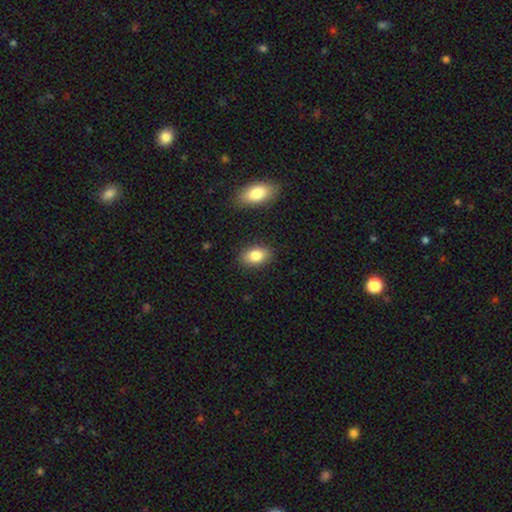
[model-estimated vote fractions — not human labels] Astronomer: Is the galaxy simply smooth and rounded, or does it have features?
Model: smooth — 83%.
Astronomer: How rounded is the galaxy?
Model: in between — 85%.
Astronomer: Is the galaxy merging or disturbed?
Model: none — 86%.